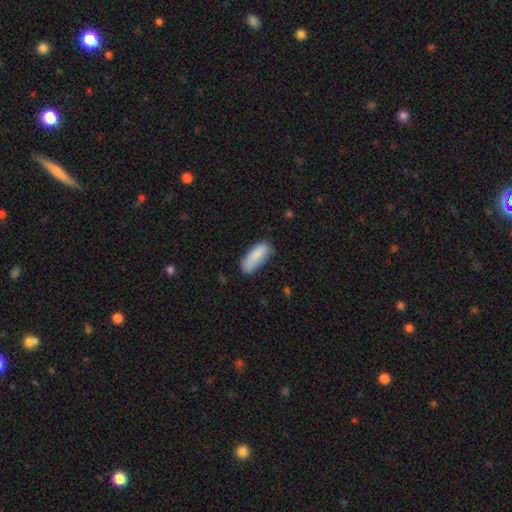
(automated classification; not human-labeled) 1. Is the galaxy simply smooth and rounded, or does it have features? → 86% smooth, 8% featured or disk, 6% star or artifact.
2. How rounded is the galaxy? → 79% in between, 20% cigar-shaped, 2% round.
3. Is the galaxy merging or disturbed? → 63% none, 28% minor disturbance, 6% major disturbance, 3% merger.